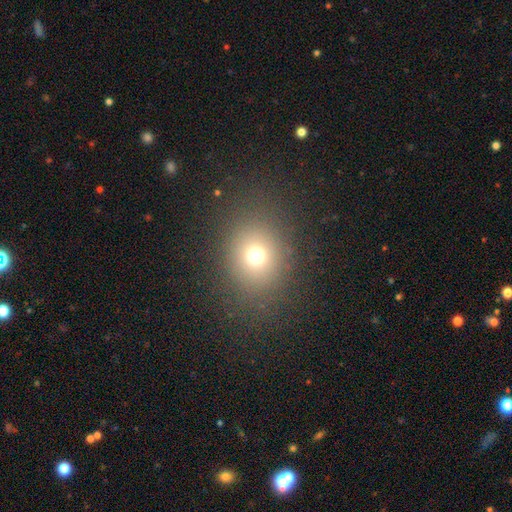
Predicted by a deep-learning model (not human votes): A smooth galaxy with no disk features (71%) that is round (69%). Merging: none (84%).